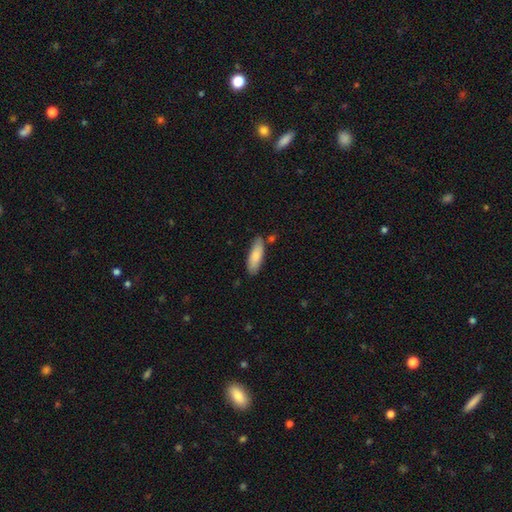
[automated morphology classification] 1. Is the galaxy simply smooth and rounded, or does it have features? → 82% smooth, 12% featured or disk, 5% star or artifact.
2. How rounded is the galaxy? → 57% in between, 41% cigar-shaped, 2% round.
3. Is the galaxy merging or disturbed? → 76% none, 16% minor disturbance, 5% merger, 3% major disturbance.